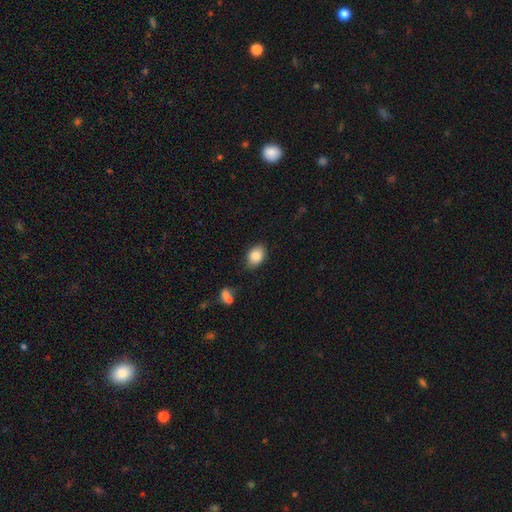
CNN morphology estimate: A smooth galaxy with no disk features (86%) that is in between round and cigar-shaped (79%).

Vote fractions:
- Smooth or featured? smooth: 86% / star or artifact: 8% / featured or disk: 6%
- How rounded? in between: 79% / round: 20% / cigar-shaped: 1%
- Merging? none: 80% / minor disturbance: 15% / major disturbance: 3% / merger: 2%